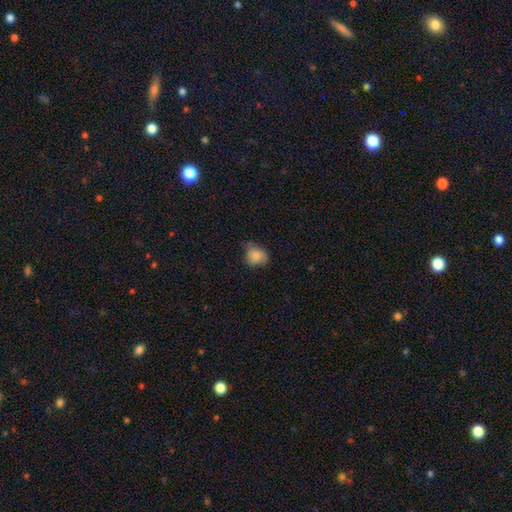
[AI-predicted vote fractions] Q: Smooth or featured?
A: smooth (77%); runner-up: featured or disk (14%)
Q: How rounded?
A: round (50%); runner-up: in between (48%)
Q: Merging?
A: none (46%); runner-up: minor disturbance (40%)